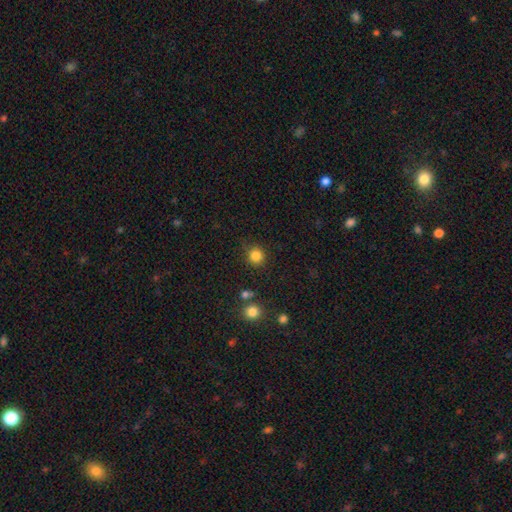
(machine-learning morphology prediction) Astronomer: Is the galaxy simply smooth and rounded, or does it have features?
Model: smooth — 84%.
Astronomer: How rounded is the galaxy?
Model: round — 92%.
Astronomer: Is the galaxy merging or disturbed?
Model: none — 84%.